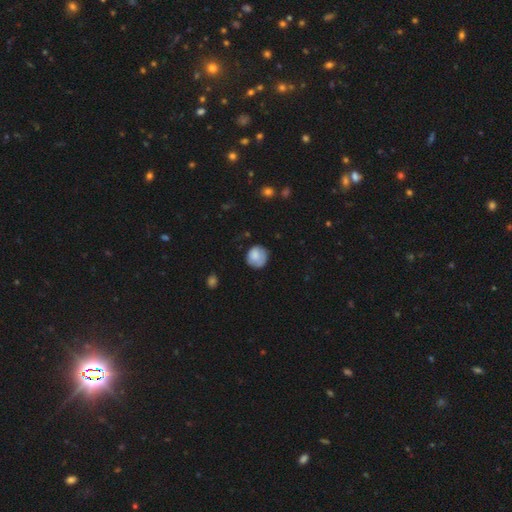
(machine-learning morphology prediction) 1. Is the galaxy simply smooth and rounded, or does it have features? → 77% smooth, 16% featured or disk, 7% star or artifact.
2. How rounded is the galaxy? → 82% round, 17% in between, 1% cigar-shaped.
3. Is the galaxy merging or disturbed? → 65% none, 25% minor disturbance, 8% major disturbance, 2% merger.